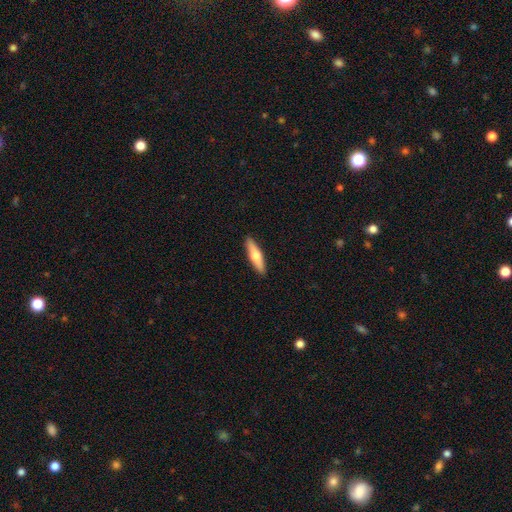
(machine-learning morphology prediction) This appears to be a smooth galaxy with no disk features (56%) that is cigar-shaped (75%). Merging: none (91%).